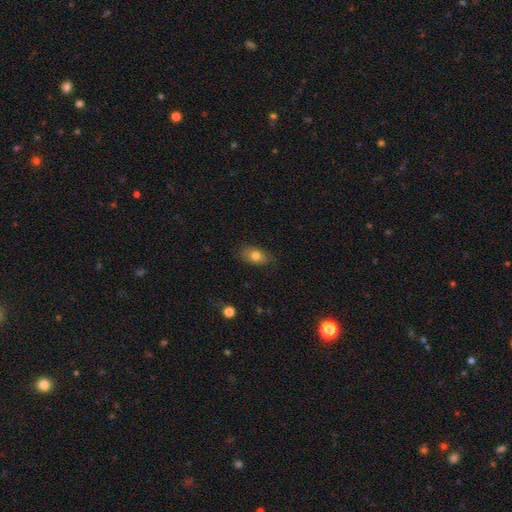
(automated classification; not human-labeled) Smooth or featured?
  - smooth: 77% *
  - featured or disk: 15%
  - star or artifact: 8%
How rounded?
  - in between: 86% *
  - round: 11%
  - cigar-shaped: 2%
Merging?
  - none: 78% *
  - minor disturbance: 17%
  - major disturbance: 4%
  - merger: 1%